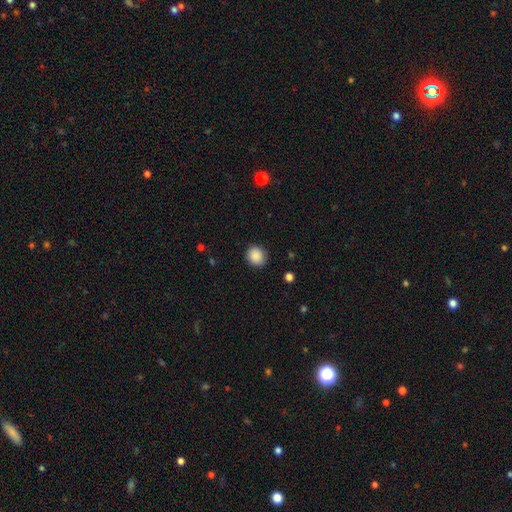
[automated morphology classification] The model was most divided on "how rounded": round: 80%, in between: 19%, cigar-shaped: 1%. More confident: merging — none (89%); smooth or featured — smooth (89%).